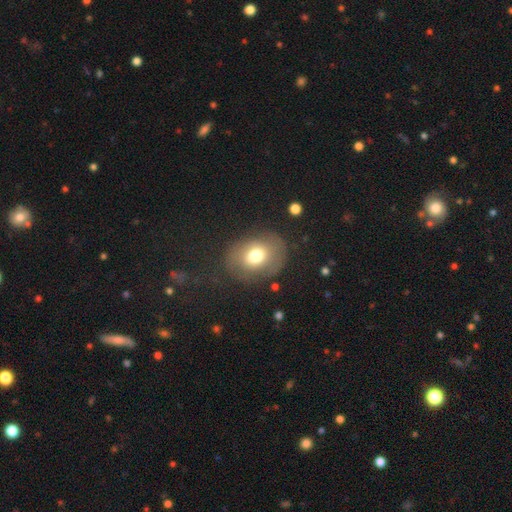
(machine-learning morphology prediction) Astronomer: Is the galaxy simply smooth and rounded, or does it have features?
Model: smooth — 67%.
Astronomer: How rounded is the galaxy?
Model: in between — 56% (runner-up: round, 44%).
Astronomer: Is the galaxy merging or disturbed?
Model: none — 68%.